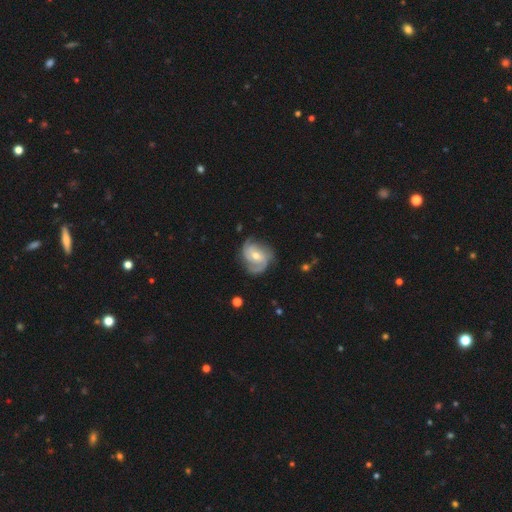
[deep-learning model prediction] Morphology: type=featured or disk (84%); edge-on=no (98%); bar=no (61%); spiral arms=yes (96%); winding=tight (46%); arm count=3 (39%); bulge=moderate (59%); merging=none (69%).